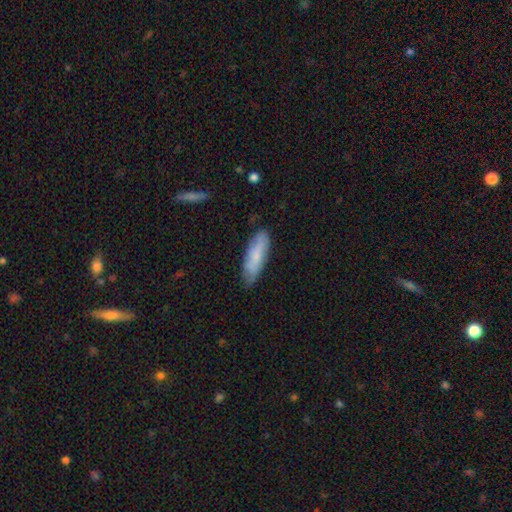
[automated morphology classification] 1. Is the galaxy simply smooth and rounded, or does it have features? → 73% smooth, 21% featured or disk, 6% star or artifact.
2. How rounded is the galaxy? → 49% cigar-shaped (tied), 49% in between (tied), 2% round.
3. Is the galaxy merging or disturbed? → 72% none, 23% minor disturbance, 4% major disturbance, 2% merger.